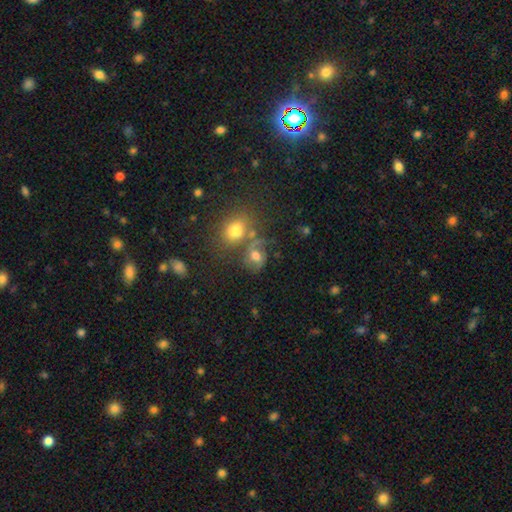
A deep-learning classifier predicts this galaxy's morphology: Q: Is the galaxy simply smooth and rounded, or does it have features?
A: smooth — 47%.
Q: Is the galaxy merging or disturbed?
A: none — 46%.